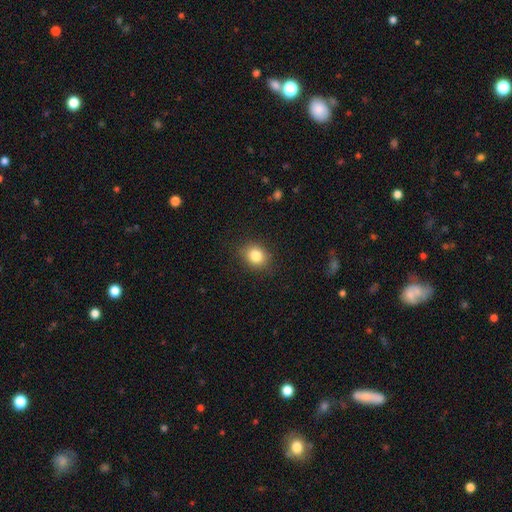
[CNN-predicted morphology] Smooth or featured: smooth — 83% (star or artifact — 10%)
How rounded: round — 62% (in between — 37%)
Merging: none — 86% (minor disturbance — 10%)